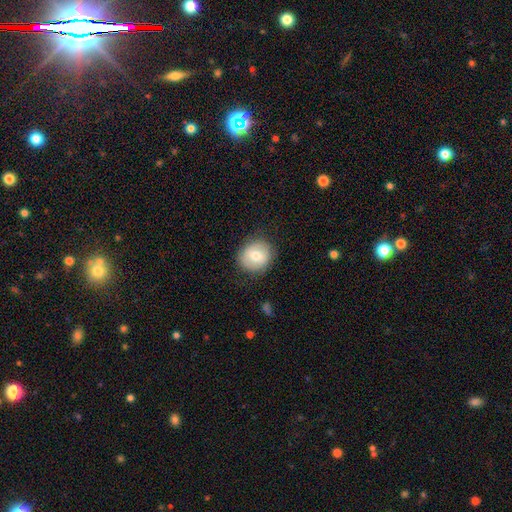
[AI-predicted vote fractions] smooth 68%, featured or disk 24%, star or artifact 8%. Down the decision tree: how rounded — round (84%); merging — none (85%).